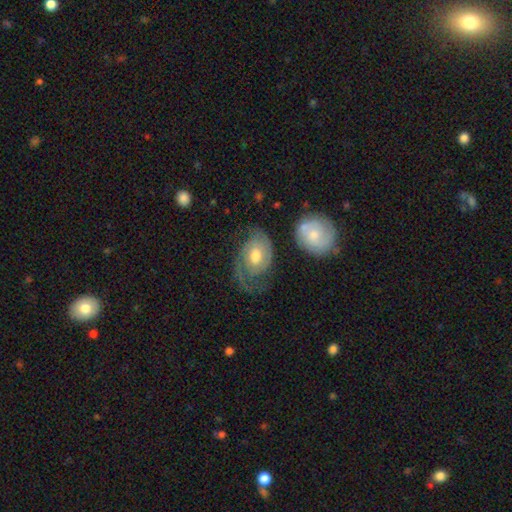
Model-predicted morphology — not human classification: Q: Smooth or featured?
A: featured or disk (75%); runner-up: smooth (19%)
Q: Edge-on disk?
A: no (96%); runner-up: yes (4%)
Q: Bar?
A: no (65%); runner-up: weak (30%)
Q: Spiral arms?
A: yes (91%); runner-up: no (9%)
Q: Spiral winding?
A: tight (45%); runner-up: medium (38%)
Q: Spiral arm count?
A: 2 (61%); runner-up: 1 (20%)
Q: Bulge size?
A: moderate (68%); runner-up: large (16%)
Q: Merging?
A: none (50%); runner-up: major disturbance (24%)